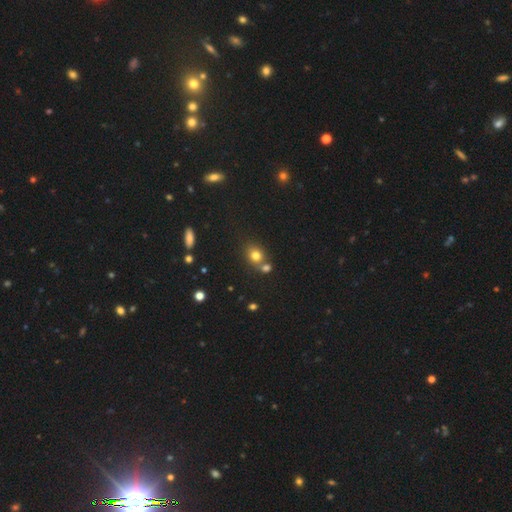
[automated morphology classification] The model was most divided on "merging": none: 54%, merger: 32%, minor disturbance: 10%, major disturbance: 4%. More confident: smooth or featured — smooth (76%); how rounded — round (66%).